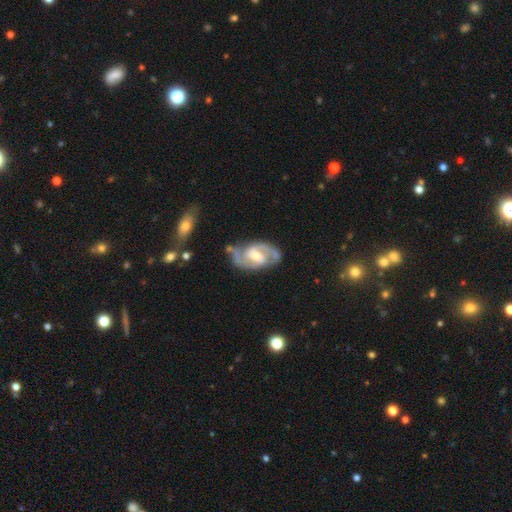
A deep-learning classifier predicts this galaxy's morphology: featured or disk 90%, smooth 6%, star or artifact 4%. Down the decision tree: edge-on disk — no (97%); bar — weak (51%); spiral arms — yes (97%); spiral arm count — 2 (87%); spiral winding — medium (53%); bulge size — moderate (59%); merging — none (72%).